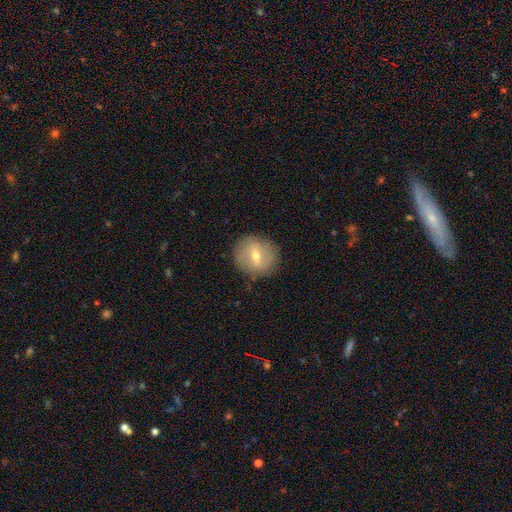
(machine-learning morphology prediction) Overall: smooth (48%; featured or disk 44%). Merging: none (83%).